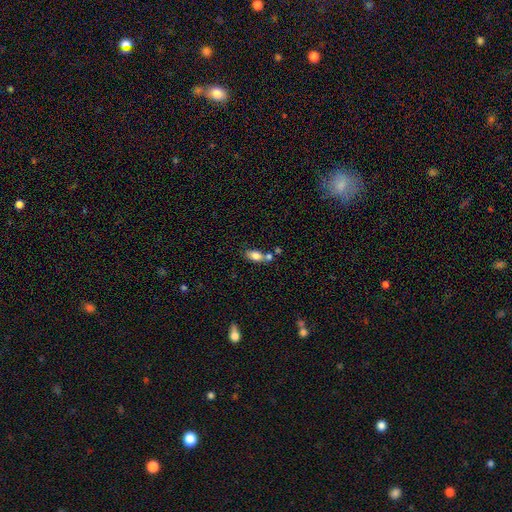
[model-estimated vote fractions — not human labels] Smooth or featured?
  - smooth: 80% *
  - featured or disk: 11%
  - star or artifact: 9%
How rounded?
  - in between: 86% *
  - round: 8%
  - cigar-shaped: 6%
Merging?
  - none: 49% *
  - merger: 33%
  - minor disturbance: 13%
  - major disturbance: 5%